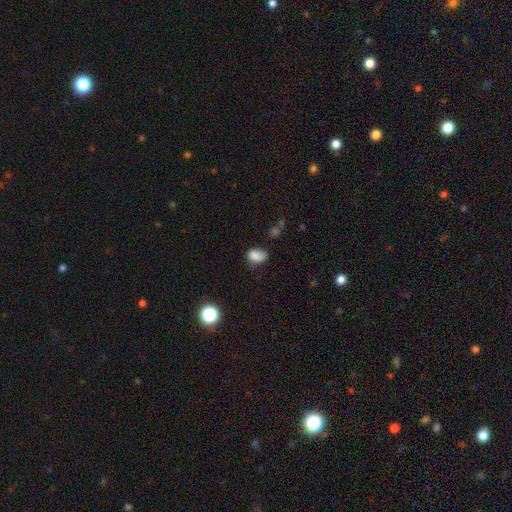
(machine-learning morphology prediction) smooth 82%, star or artifact 11%, featured or disk 7%. Down the decision tree: how rounded — in between (80%); merging — none (53%).